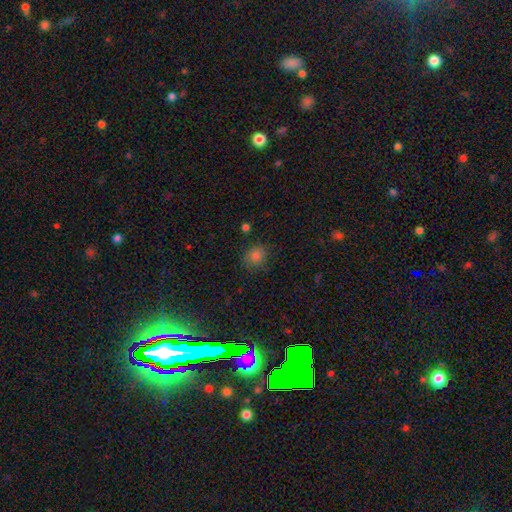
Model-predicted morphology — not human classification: This appears to be a smooth galaxy with no disk features (76%) that is round (76%). Merging: none (80%).